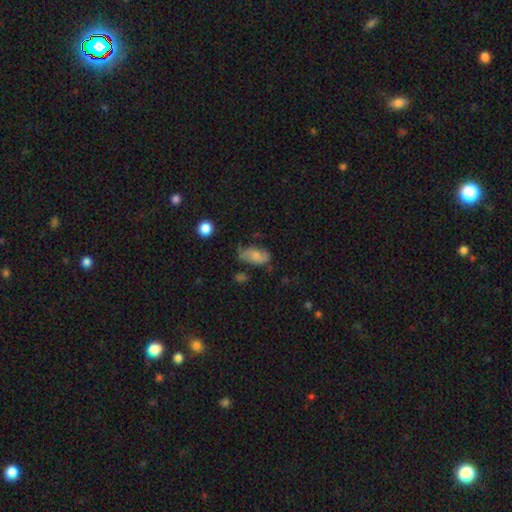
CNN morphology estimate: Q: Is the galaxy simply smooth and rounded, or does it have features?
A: smooth — 63%.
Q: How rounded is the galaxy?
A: in between — 91%.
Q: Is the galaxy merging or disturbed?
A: none — 54%.